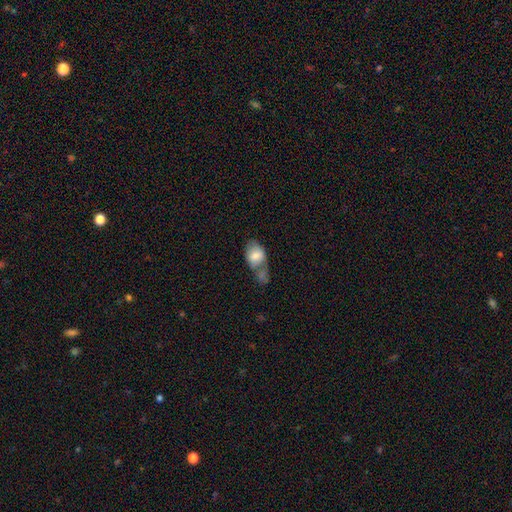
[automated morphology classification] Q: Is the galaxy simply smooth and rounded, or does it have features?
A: smooth — 73%.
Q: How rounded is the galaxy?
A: in between — 82%.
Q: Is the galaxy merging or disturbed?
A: merger — 44%.